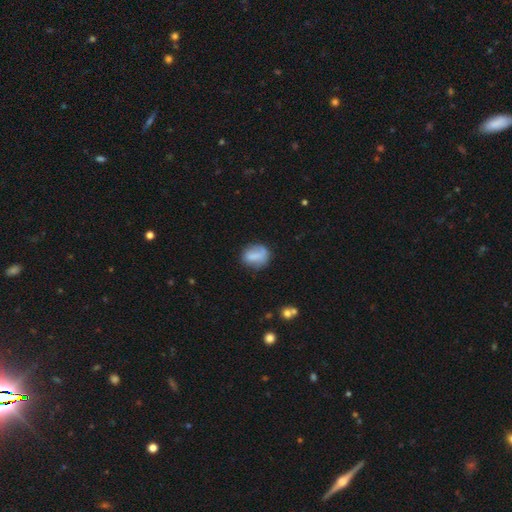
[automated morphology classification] This appears to be a smooth galaxy with no disk features (74%) that is in between round and cigar-shaped (56%). Merging: none (65%).